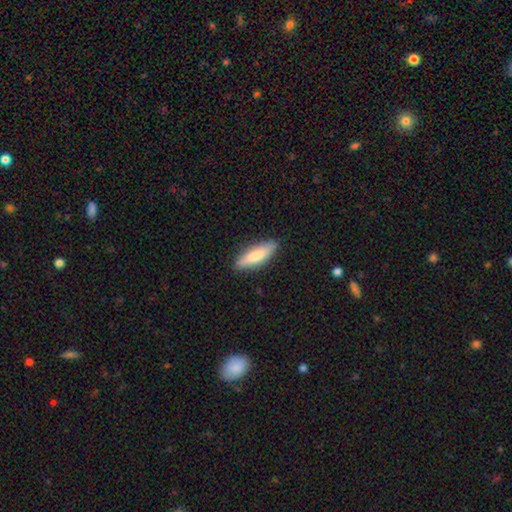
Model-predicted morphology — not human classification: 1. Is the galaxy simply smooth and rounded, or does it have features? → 77% smooth, 18% featured or disk, 5% star or artifact.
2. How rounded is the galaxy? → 57% cigar-shaped, 41% in between, 2% round.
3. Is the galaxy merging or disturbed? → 87% none, 10% minor disturbance, 2% major disturbance, 1% merger.